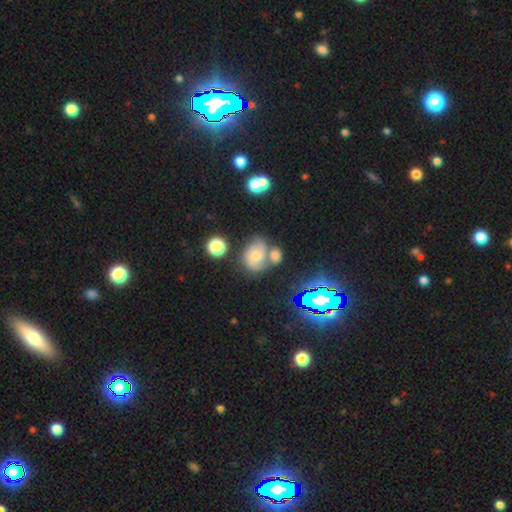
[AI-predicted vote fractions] smooth_or_featured: featured or disk (p=0.45) [alt: smooth p=0.37]
merging: none (p=0.38) [alt: merger p=0.36]